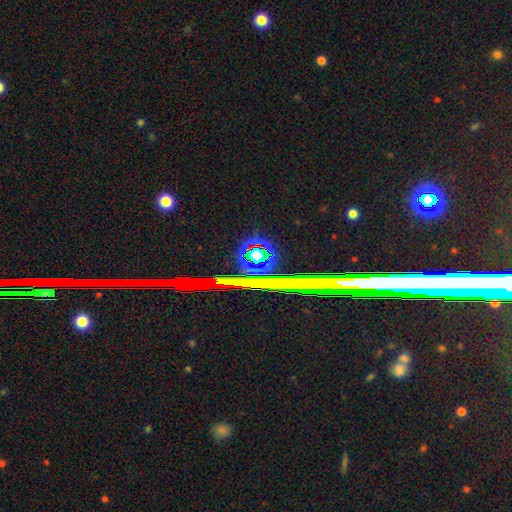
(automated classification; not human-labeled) A star or artifact, not a galaxy (68%).

Vote fractions:
- Smooth or featured? star or artifact: 68% / smooth: 18% / featured or disk: 14%